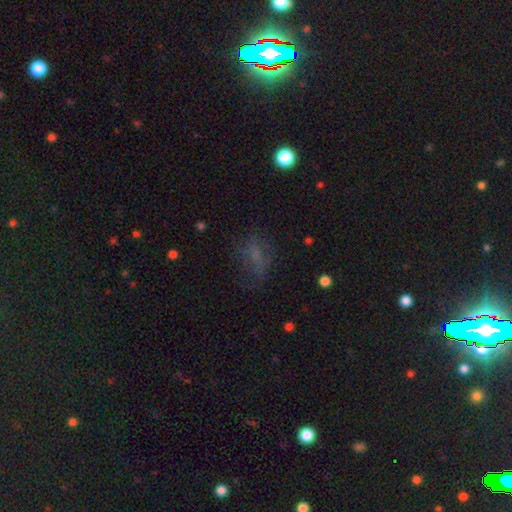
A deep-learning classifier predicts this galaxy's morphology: Q: Smooth or featured?
A: smooth (55%); runner-up: featured or disk (24%)
Q: How rounded?
A: in between (73%); runner-up: round (17%)
Q: Merging?
A: none (56%); runner-up: minor disturbance (21%)